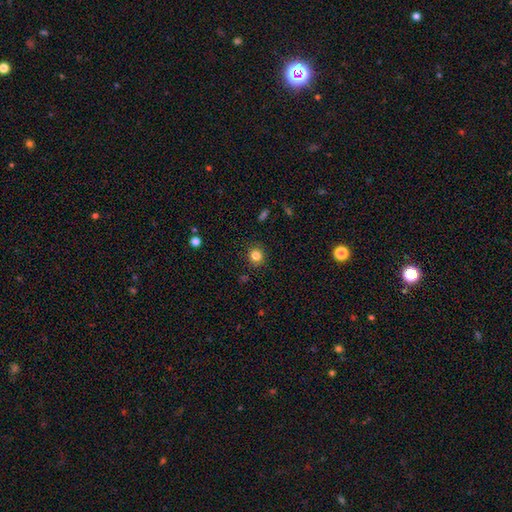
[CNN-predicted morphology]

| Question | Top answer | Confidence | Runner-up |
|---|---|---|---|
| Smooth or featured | smooth | 83% | star or artifact (12%) |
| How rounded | round | 88% | in between (11%) |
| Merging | none | 88% | minor disturbance (8%) |